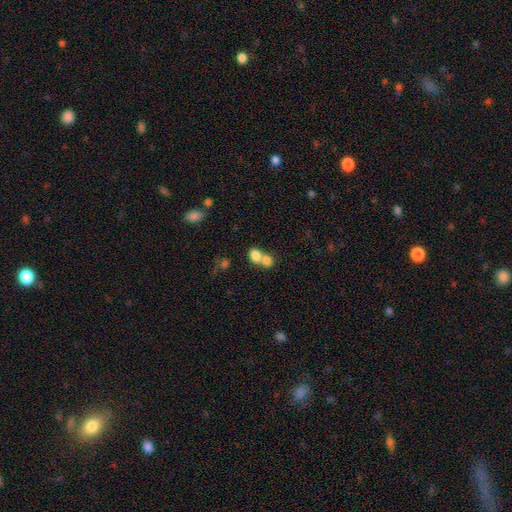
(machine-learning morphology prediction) This is likely a smooth galaxy (78%). How rounded: possibly in between (54%). Merging: likely merger (66%).